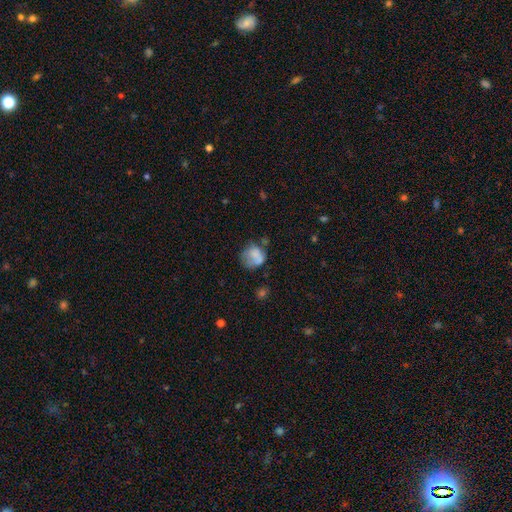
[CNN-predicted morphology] smooth 68%, featured or disk 21%, star or artifact 11%. Down the decision tree: how rounded — round (71%); merging — none (42%).